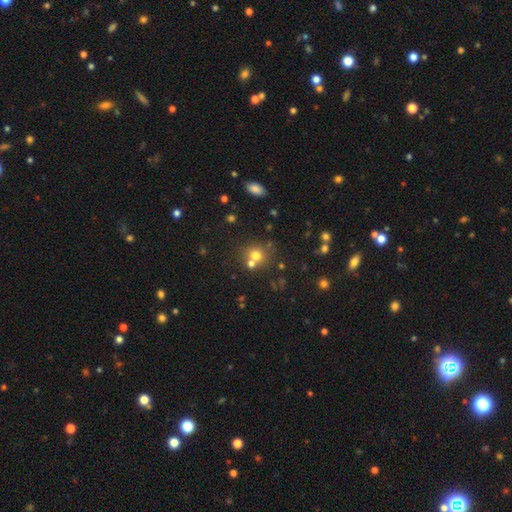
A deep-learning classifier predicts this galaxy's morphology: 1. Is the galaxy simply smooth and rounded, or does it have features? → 68% smooth, 18% star or artifact, 14% featured or disk.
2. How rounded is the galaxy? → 81% round, 18% in between, 1% cigar-shaped.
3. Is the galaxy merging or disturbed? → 56% none, 31% merger, 9% minor disturbance, 4% major disturbance.